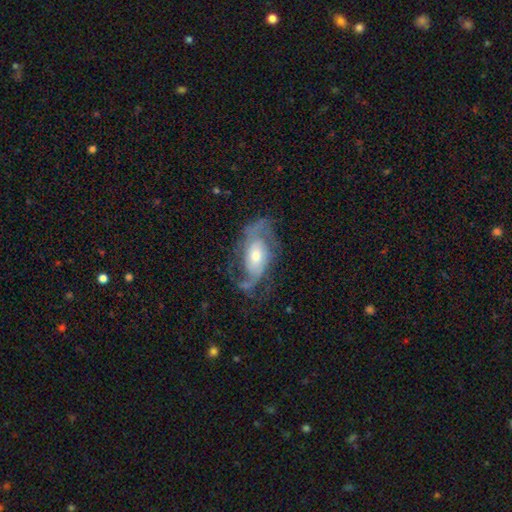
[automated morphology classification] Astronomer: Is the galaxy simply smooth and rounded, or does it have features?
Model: featured or disk — 82%.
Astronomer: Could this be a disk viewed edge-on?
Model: no — 95%.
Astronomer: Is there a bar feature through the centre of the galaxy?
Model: no — 58%.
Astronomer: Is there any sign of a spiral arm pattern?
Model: yes — 92%.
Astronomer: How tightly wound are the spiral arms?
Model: medium — 46% (runner-up: loose, 33%).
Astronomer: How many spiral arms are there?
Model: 2 — 71%.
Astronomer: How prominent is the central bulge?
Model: moderate — 56% (runner-up: small, 32%).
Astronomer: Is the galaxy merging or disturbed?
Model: none — 60%.